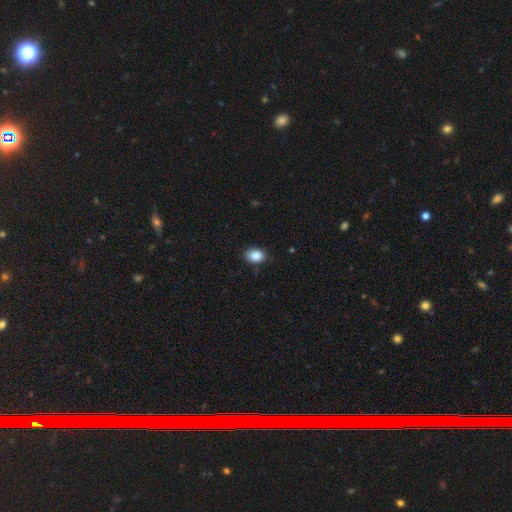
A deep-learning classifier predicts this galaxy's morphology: Smooth or featured?
  - smooth: 88% *
  - star or artifact: 8%
  - featured or disk: 4%
How rounded?
  - in between: 75% *
  - round: 24%
  - cigar-shaped: 1%
Merging?
  - none: 81% *
  - minor disturbance: 15%
  - major disturbance: 3%
  - merger: 1%